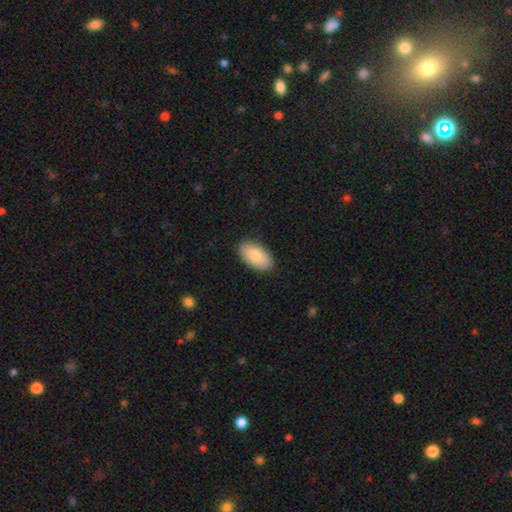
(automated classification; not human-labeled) Smooth or featured: smooth — 82% (featured or disk — 12%)
How rounded: in between — 95% (round — 3%)
Merging: none — 88% (minor disturbance — 9%)